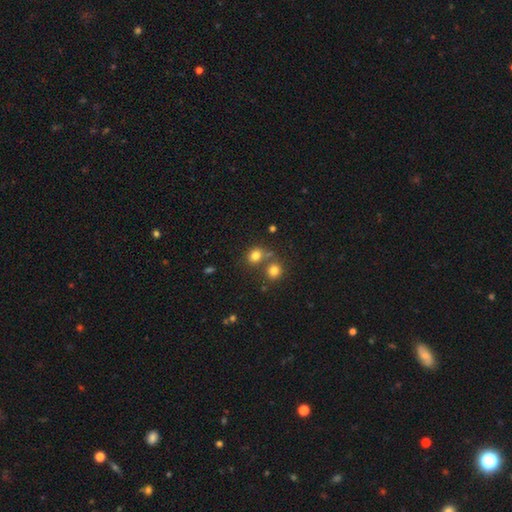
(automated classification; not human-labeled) smooth-or-featured: smooth: 78% | star or artifact: 14% | featured or disk: 8%
  how-rounded: round: 68% | in between: 31% | cigar-shaped: 1%
  merging: none: 55% | merger: 30% | minor disturbance: 10% | major disturbance: 5%